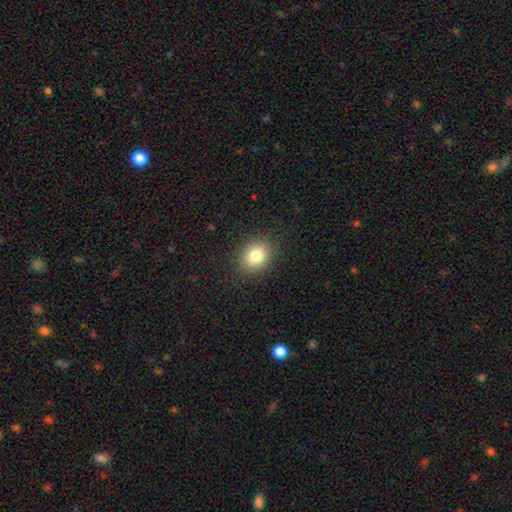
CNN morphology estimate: This is clearly a smooth galaxy (81%). How rounded: possibly in between (52%). Merging: clearly none (87%).